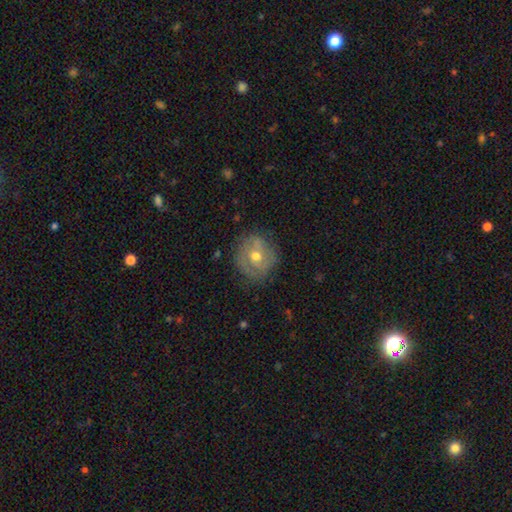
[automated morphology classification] Q: Smooth or featured?
A: featured or disk (55%); runner-up: smooth (35%)
Q: Edge-on disk?
A: no (96%); runner-up: yes (4%)
Q: Bar?
A: no (65%); runner-up: weak (27%)
Q: Spiral arms?
A: yes (54%); runner-up: no (46%)
Q: Bulge size?
A: moderate (73%); runner-up: small (23%)
Q: Merging?
A: none (75%); runner-up: minor disturbance (18%)